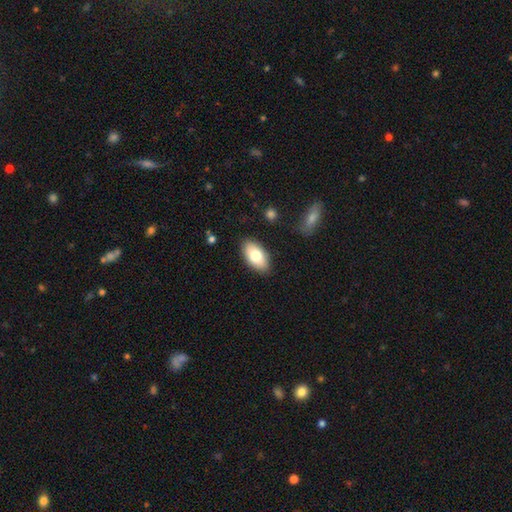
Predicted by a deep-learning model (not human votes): smooth_or_featured: smooth (p=0.77) [alt: featured or disk p=0.17]
how_rounded: in between (p=0.94) [alt: round p=0.03]
merging: none (p=0.87) [alt: minor disturbance p=0.10]